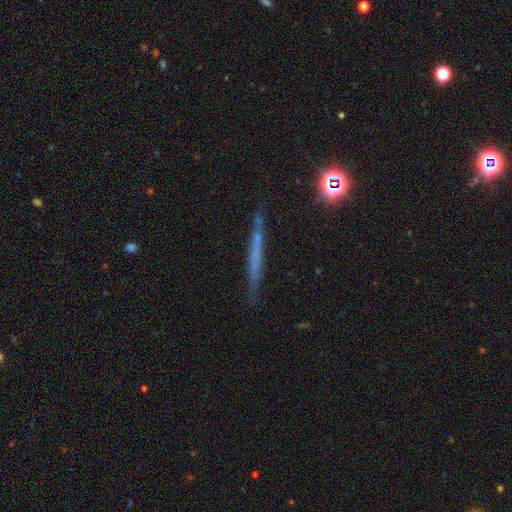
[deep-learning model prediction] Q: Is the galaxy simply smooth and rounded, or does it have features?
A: featured or disk — 45%.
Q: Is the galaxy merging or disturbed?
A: none — 82%.